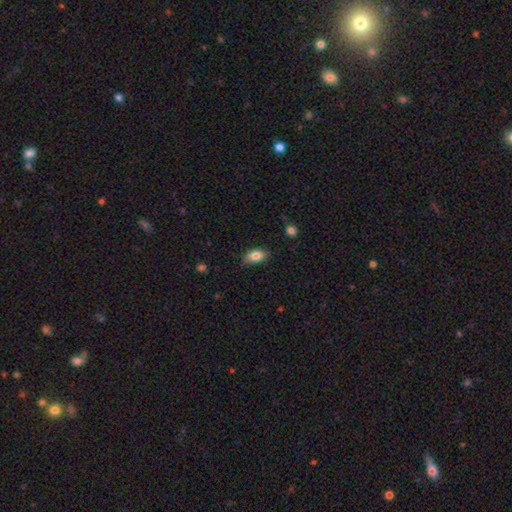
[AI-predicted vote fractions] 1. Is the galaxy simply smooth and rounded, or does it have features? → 81% smooth, 11% featured or disk, 8% star or artifact.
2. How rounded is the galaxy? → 88% in between, 6% cigar-shaped, 6% round.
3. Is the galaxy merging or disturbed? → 72% none, 23% minor disturbance, 4% major disturbance, 1% merger.